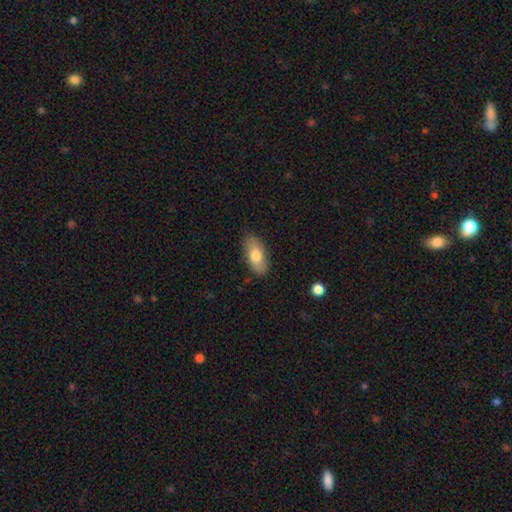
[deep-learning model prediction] A smooth galaxy with no disk features (74%) that is in between round and cigar-shaped (90%). Merging: none (82%).